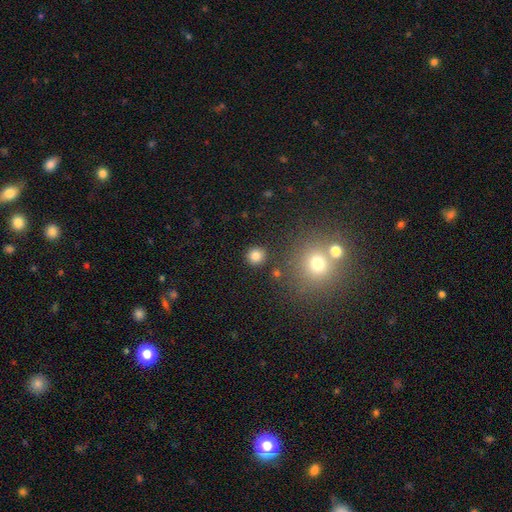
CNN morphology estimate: This is clearly a smooth galaxy (83%). How rounded: clearly round (91%). Merging: clearly none (88%).